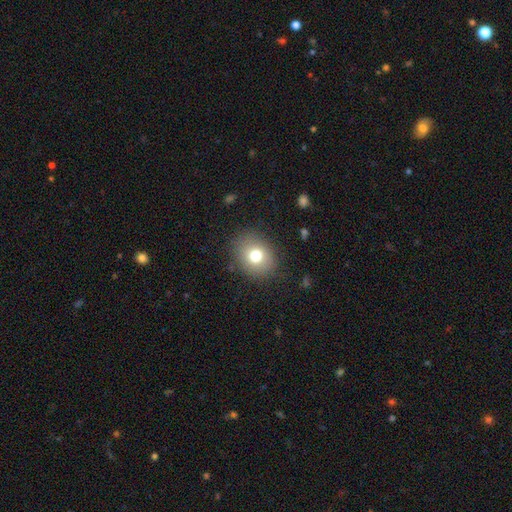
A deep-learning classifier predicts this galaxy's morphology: This is likely a smooth galaxy (75%). How rounded: likely round (62%). Merging: clearly none (84%).